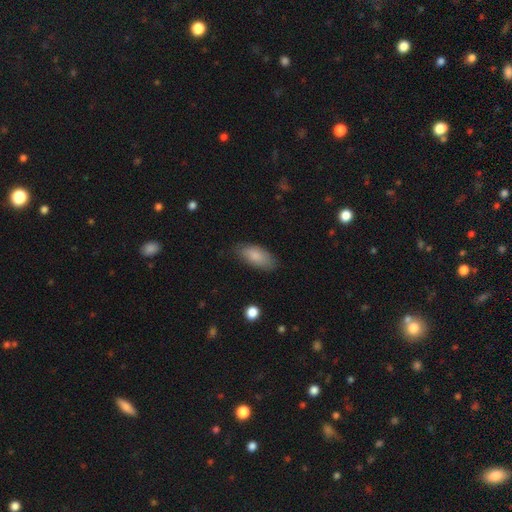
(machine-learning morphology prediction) A smooth galaxy with no disk features (85%) that is in between round and cigar-shaped (86%). Merging: none (80%).